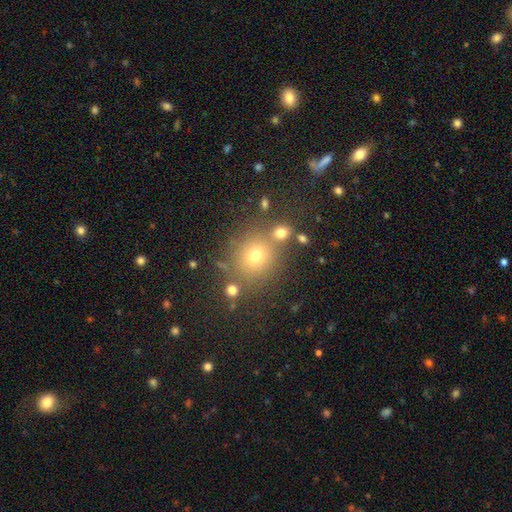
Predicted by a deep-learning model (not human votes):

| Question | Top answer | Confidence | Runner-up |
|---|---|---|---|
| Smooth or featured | smooth | 69% | star or artifact (21%) |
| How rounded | round | 86% | in between (13%) |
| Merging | none | 73% | merger (12%) |